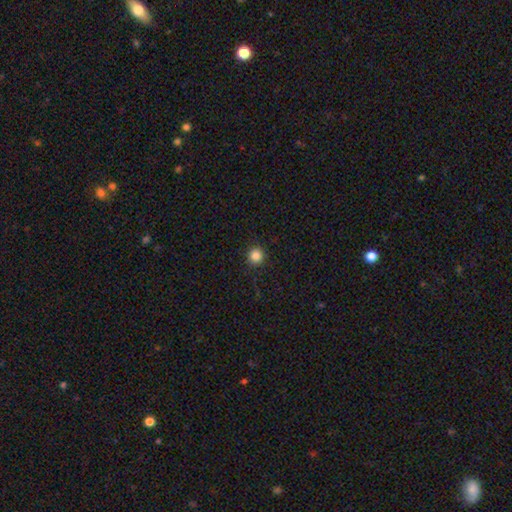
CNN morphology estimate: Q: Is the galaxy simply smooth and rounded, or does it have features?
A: smooth — 85%.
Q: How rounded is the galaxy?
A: round — 94%.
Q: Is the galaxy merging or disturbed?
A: none — 92%.